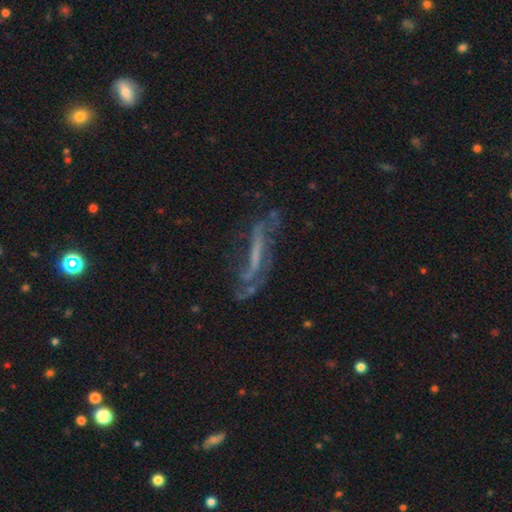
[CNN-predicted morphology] A featured or disk galaxy (68%). Merging: none (47%).